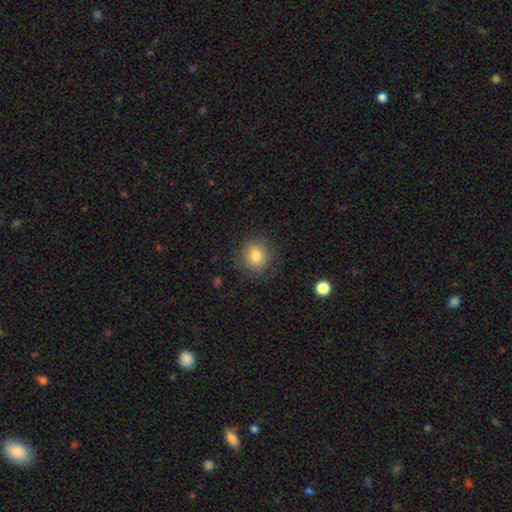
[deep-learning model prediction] smooth_or_featured: smooth (p=0.80) [alt: star or artifact p=0.10]
how_rounded: round (p=0.85) [alt: in between p=0.14]
merging: none (p=0.83) [alt: minor disturbance p=0.11]